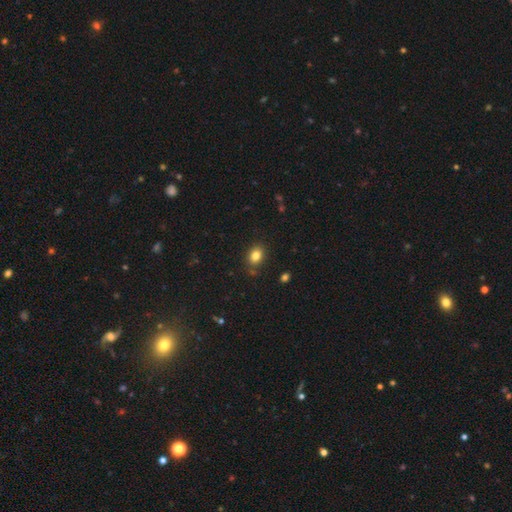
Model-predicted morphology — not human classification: Q: Smooth or featured?
A: smooth (83%); runner-up: star or artifact (11%)
Q: How rounded?
A: in between (62%); runner-up: round (37%)
Q: Merging?
A: none (83%); runner-up: minor disturbance (11%)